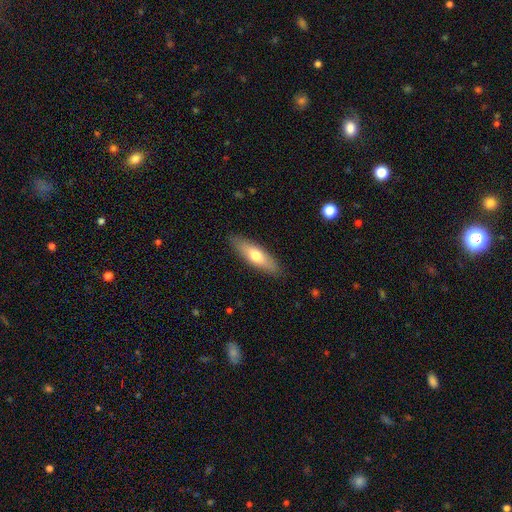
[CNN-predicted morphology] Smooth or featured? smooth (63%)
How rounded? cigar-shaped (52%)
Merging? none (87%)